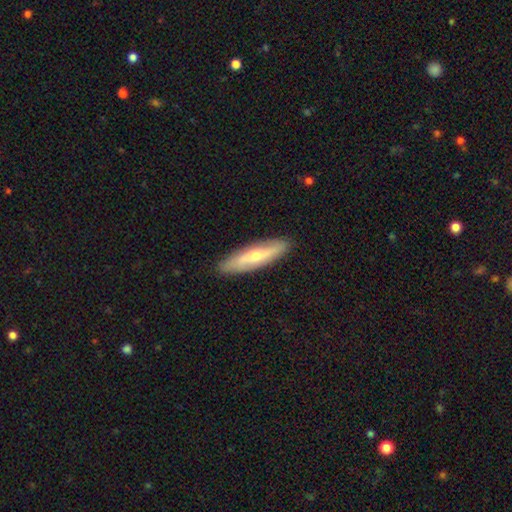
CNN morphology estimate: The model was most divided on "smooth or featured": featured or disk: 50%, smooth: 44%, star or artifact: 6%. More confident: merging — none (89%); edge-on disk — yes (60%).